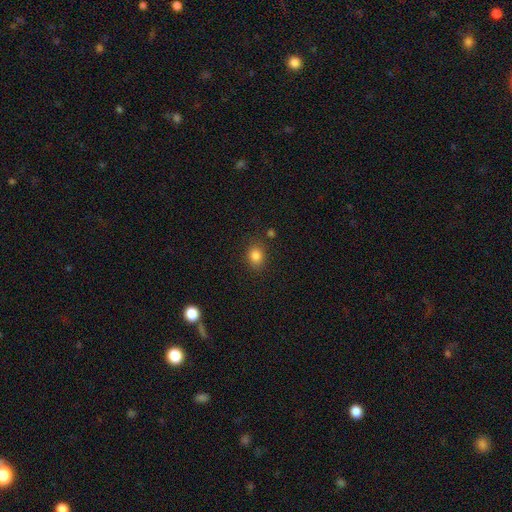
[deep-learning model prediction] A smooth galaxy with no disk features (84%) that is round (53%). Merging: none (81%).